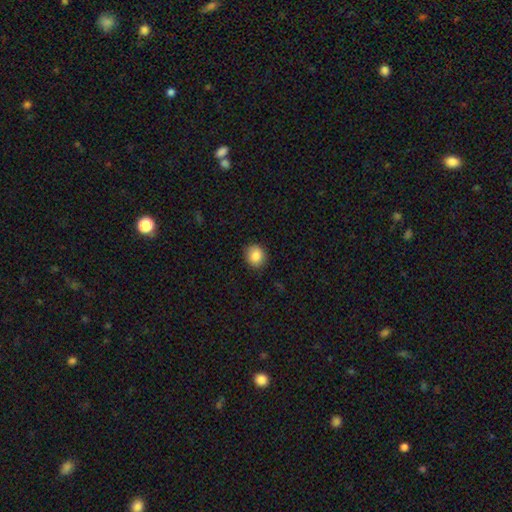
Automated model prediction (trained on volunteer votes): Morphology: type=smooth (86%); roundness=round (71%); merging=none (89%).